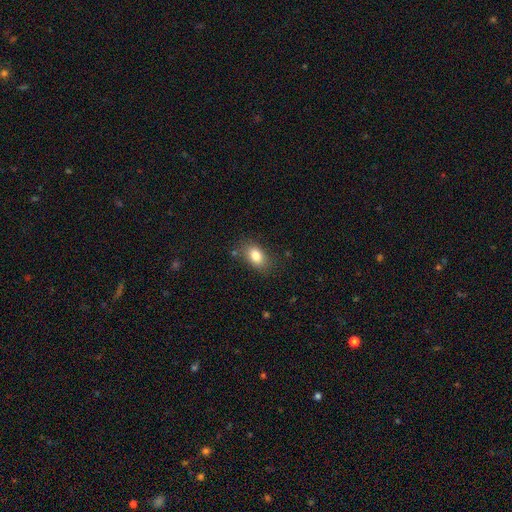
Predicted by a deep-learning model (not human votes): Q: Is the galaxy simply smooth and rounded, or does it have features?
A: smooth — 82%.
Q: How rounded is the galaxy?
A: in between — 84%.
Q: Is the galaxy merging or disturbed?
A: none — 79%.